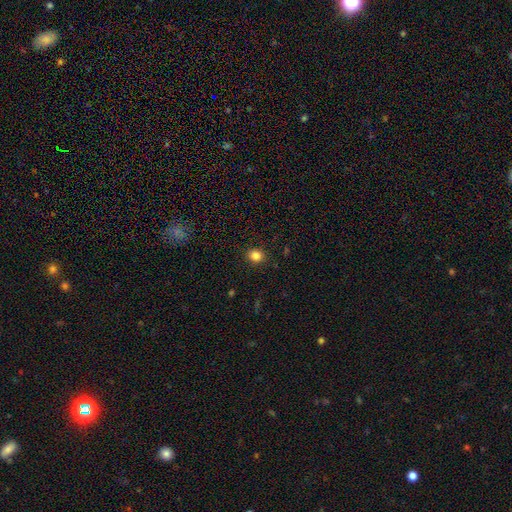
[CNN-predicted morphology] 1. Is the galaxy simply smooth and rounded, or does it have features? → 84% smooth, 12% star or artifact, 4% featured or disk.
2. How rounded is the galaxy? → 76% round, 24% in between, 1% cigar-shaped.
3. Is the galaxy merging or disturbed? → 91% none, 6% minor disturbance, 2% major disturbance, 1% merger.